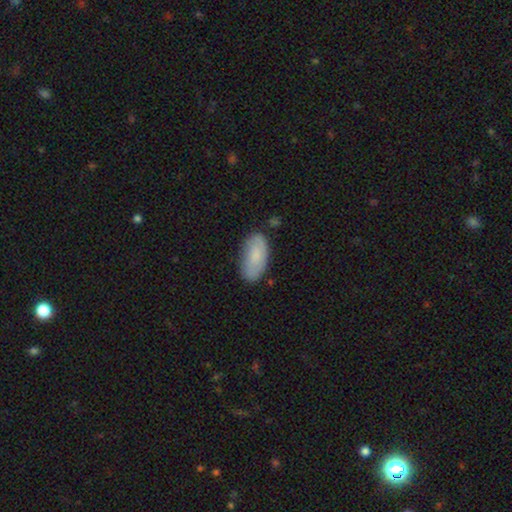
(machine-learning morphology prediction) Smooth or featured: smooth — 79% (featured or disk — 15%)
How rounded: in between — 93% (cigar-shaped — 5%)
Merging: none — 75% (minor disturbance — 19%)